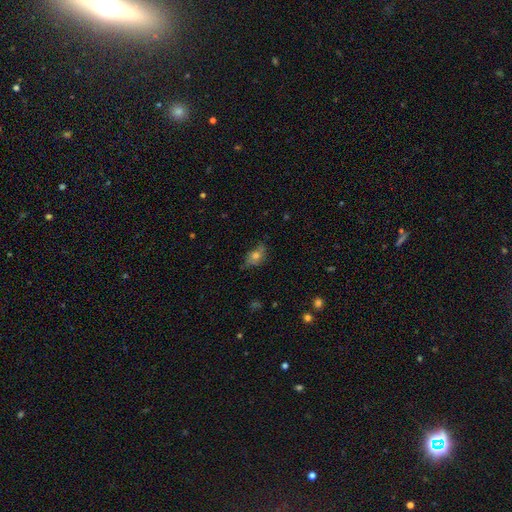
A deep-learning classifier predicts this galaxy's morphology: Smooth or featured: smooth — 57% (featured or disk — 27%)
How rounded: in between — 74% (round — 20%)
Merging: none — 61% (minor disturbance — 27%)